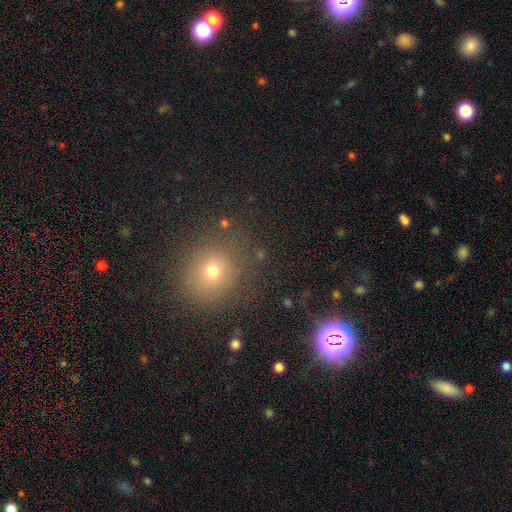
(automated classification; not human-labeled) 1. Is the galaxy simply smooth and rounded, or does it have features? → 60% smooth, 30% star or artifact, 9% featured or disk.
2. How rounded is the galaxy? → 87% round, 12% in between, 1% cigar-shaped.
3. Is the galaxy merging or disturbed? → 87% none, 8% minor disturbance, 3% major disturbance, 2% merger.